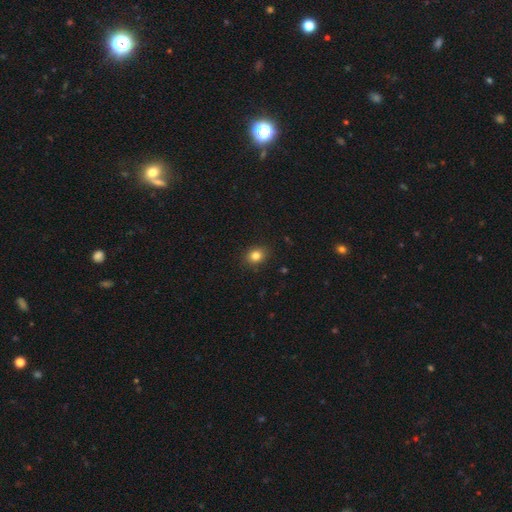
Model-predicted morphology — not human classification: This appears to be a smooth galaxy with no disk features (83%) that is round (61%). Merging: none (88%).